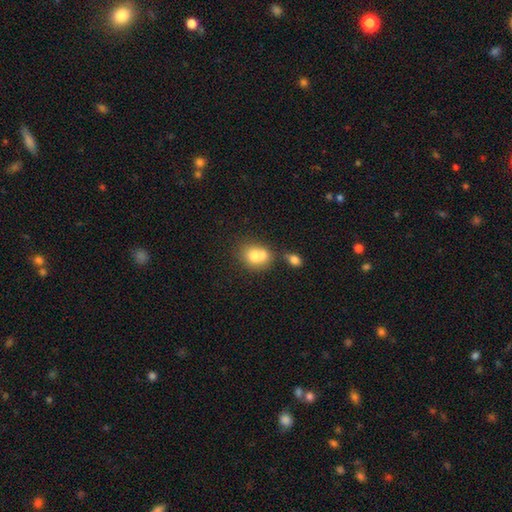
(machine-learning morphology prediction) This is likely a smooth galaxy (71%). How rounded: likely round (60%). Merging: possibly merger (60%).